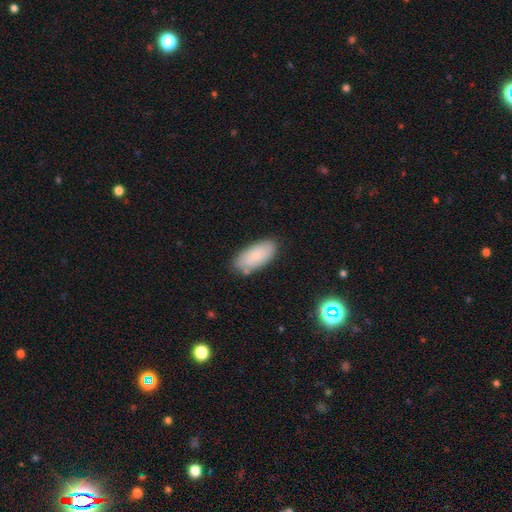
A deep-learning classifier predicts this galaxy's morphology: Smooth or featured? Predicted: smooth (p=0.76). How rounded? Predicted: in between (p=0.91). Merging? Predicted: none (p=0.79).